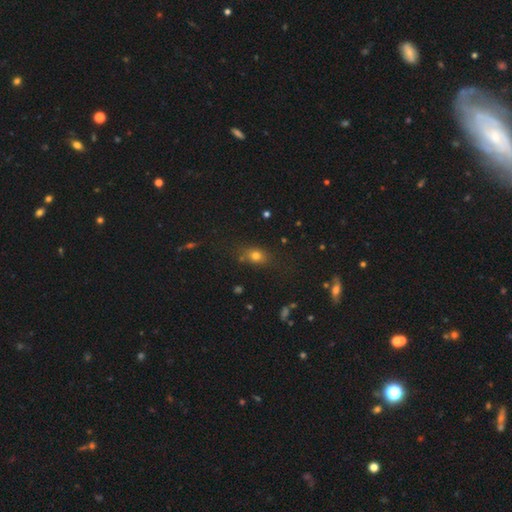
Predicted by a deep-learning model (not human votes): Smooth or featured? smooth (71%)
How rounded? in between (54%)
Merging? none (76%)